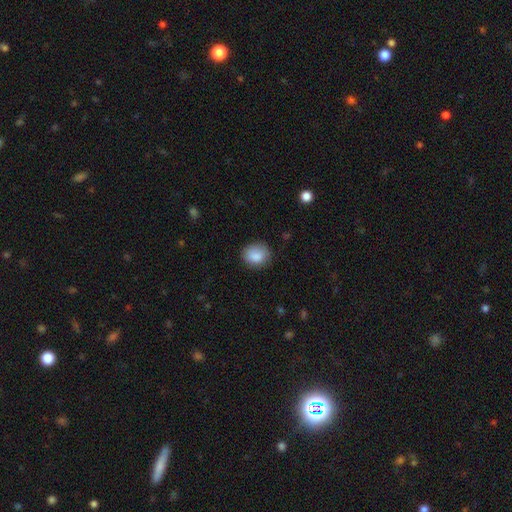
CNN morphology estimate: Smooth or featured? smooth (87%)
How rounded? round (58%)
Merging? none (80%)